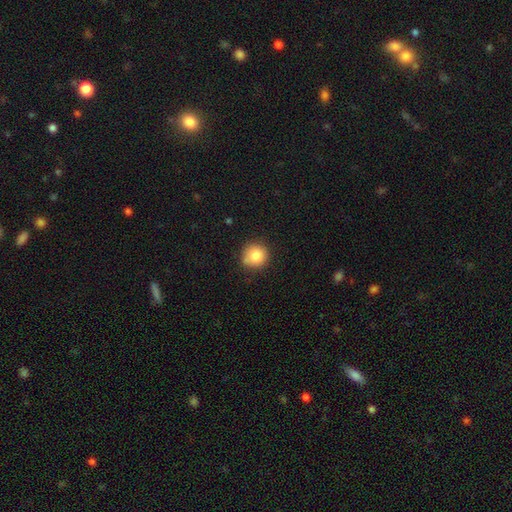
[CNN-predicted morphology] Q: Smooth or featured?
A: smooth (82%); runner-up: star or artifact (10%)
Q: How rounded?
A: round (92%); runner-up: in between (7%)
Q: Merging?
A: none (78%); runner-up: minor disturbance (16%)